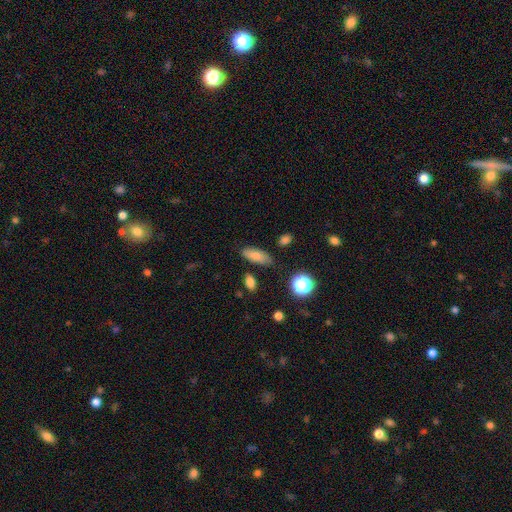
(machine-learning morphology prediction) Overall: smooth (79%). How rounded: in between (76%). Merging: none (79%).